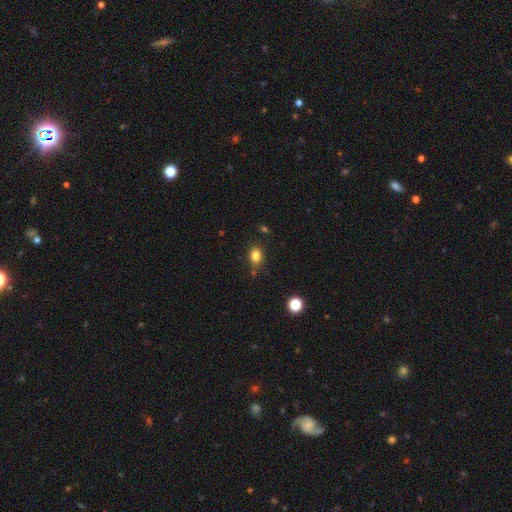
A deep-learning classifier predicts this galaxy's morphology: Smooth or featured: smooth — 82% (star or artifact — 12%)
How rounded: in between — 61% (round — 38%)
Merging: none — 77% (minor disturbance — 15%)